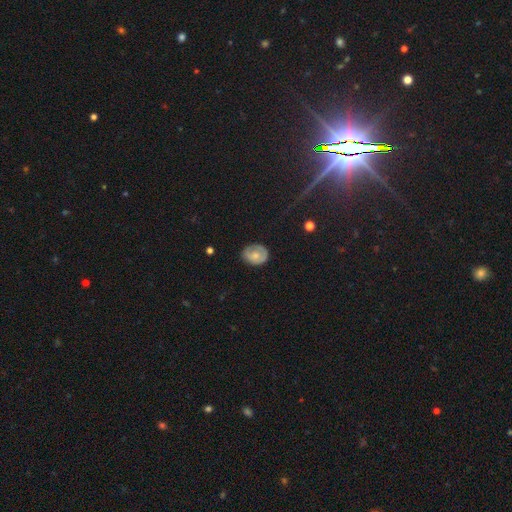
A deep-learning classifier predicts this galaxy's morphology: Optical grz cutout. It shows a smooth galaxy with no disk features (60%) that is in between round and cigar-shaped (51%). Merging: none (71%).